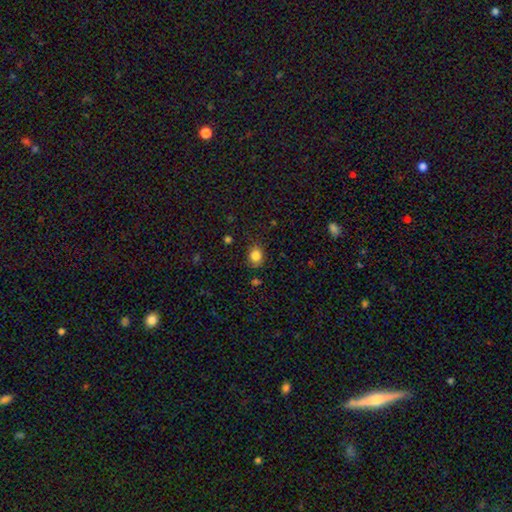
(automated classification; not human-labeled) smooth_or_featured: smooth (p=0.84) [alt: star or artifact p=0.11]
how_rounded: round (p=0.63) [alt: in between p=0.36]
merging: none (p=0.80) [alt: minor disturbance p=0.15]